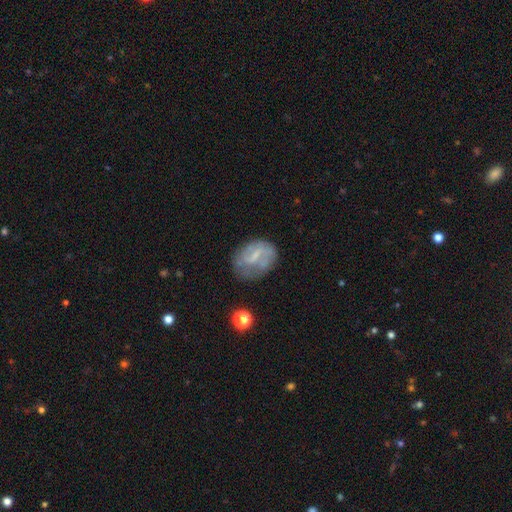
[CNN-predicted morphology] Smooth or featured? Predicted: featured or disk (p=0.51). Edge-on disk? Predicted: no (p=0.96). Merging? Predicted: none (p=0.49).